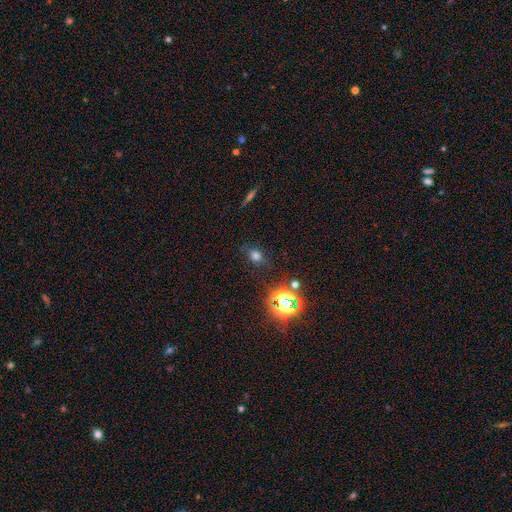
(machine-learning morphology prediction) Q: Smooth or featured?
A: smooth (64%); runner-up: star or artifact (27%)
Q: How rounded?
A: in between (57%); runner-up: round (41%)
Q: Merging?
A: none (74%); runner-up: minor disturbance (17%)